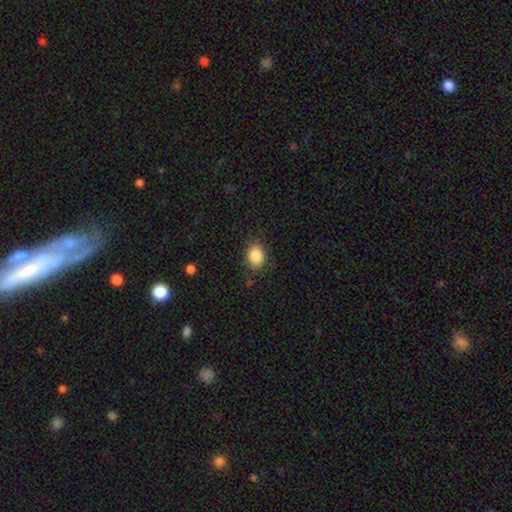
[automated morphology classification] A smooth galaxy with no disk features (87%) that is in between round and cigar-shaped (61%).

Vote fractions:
- Smooth or featured? smooth: 87% / star or artifact: 9% / featured or disk: 4%
- How rounded? in between: 61% / round: 38% / cigar-shaped: 1%
- Merging? none: 83% / minor disturbance: 12% / major disturbance: 3% / merger: 1%